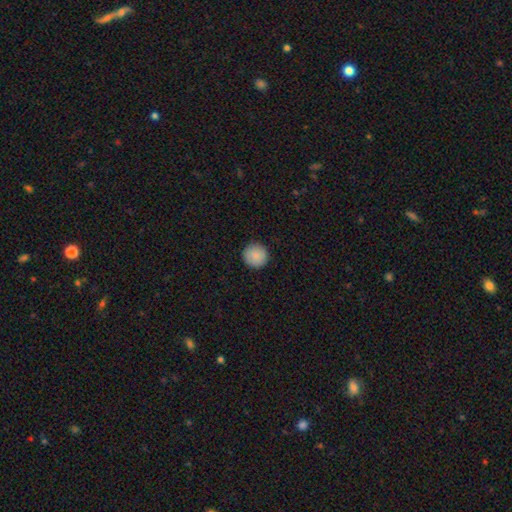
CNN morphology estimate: Smooth or featured? smooth (88%)
How rounded? round (96%)
Merging? none (92%)